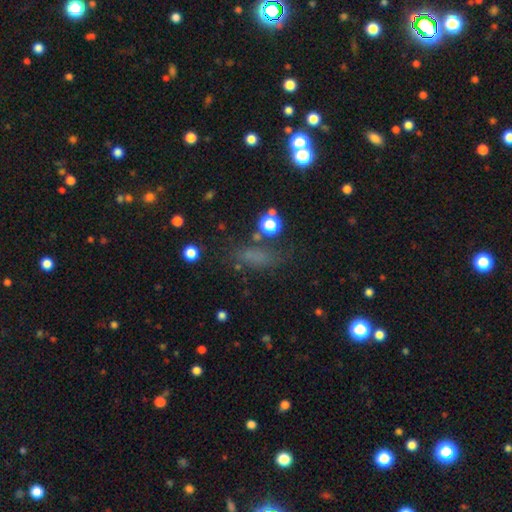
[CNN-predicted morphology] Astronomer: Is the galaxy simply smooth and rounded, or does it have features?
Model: smooth — 59%.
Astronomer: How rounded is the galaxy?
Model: in between — 55%.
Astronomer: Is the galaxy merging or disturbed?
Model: none — 68%.